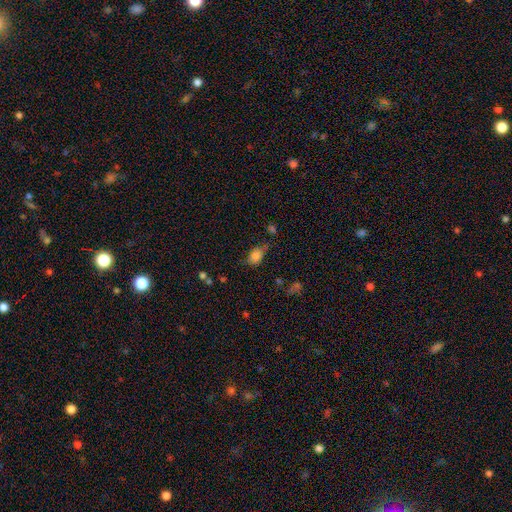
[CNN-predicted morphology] A smooth galaxy with no disk features (81%) that is in between round and cigar-shaped (73%). Merging: none (51%).